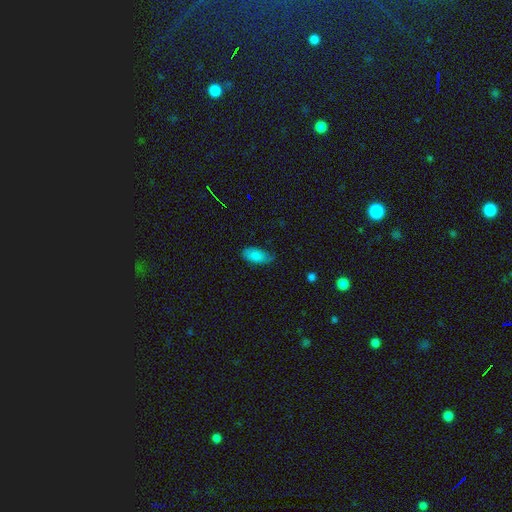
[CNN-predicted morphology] Q: Smooth or featured?
A: smooth (84%); runner-up: featured or disk (9%)
Q: How rounded?
A: in between (91%); runner-up: cigar-shaped (6%)
Q: Merging?
A: none (64%); runner-up: minor disturbance (29%)